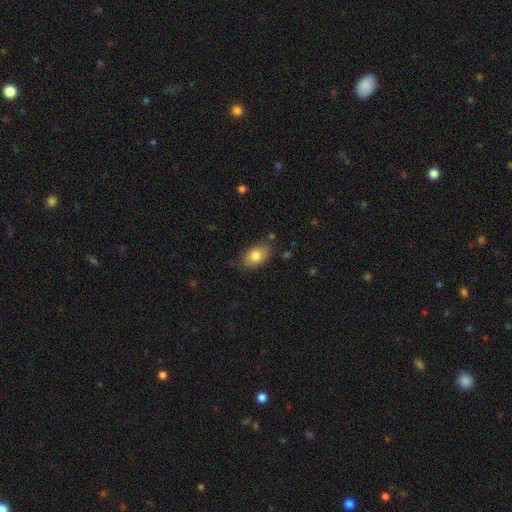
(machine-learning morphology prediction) Smooth or featured? Predicted: smooth (p=0.81). How rounded? Predicted: in between (p=0.88). Merging? Predicted: none (p=0.80).